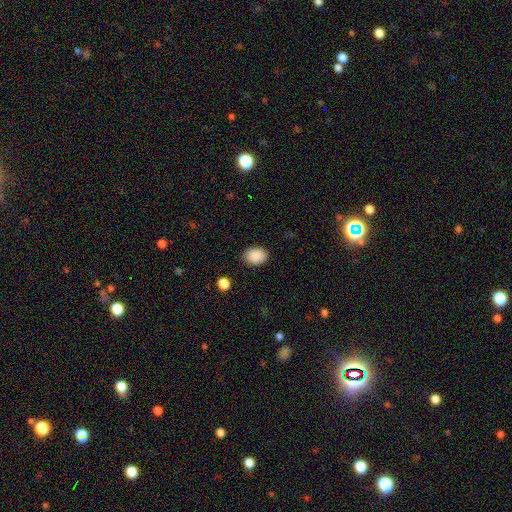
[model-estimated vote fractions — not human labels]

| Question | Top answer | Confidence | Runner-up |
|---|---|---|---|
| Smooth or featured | smooth | 89% | star or artifact (8%) |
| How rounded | in between | 65% | round (34%) |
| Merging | none | 86% | minor disturbance (10%) |